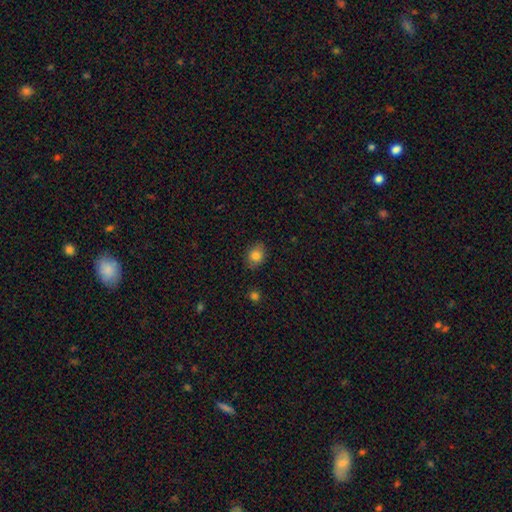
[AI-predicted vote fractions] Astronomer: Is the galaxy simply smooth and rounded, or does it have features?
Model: smooth — 81%.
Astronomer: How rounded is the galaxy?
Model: in between — 60% (runner-up: round, 39%).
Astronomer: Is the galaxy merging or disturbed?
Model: none — 85%.